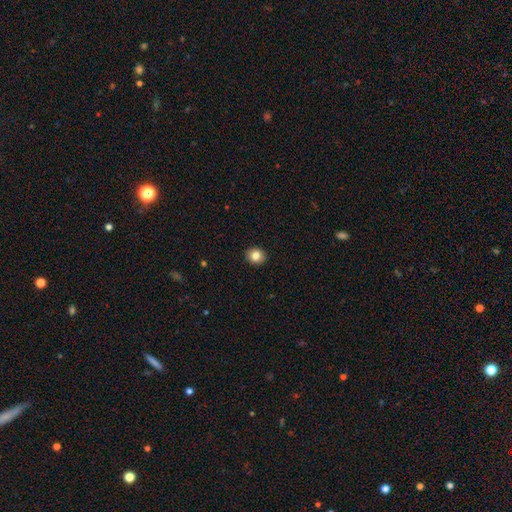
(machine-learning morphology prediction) Smooth or featured?
  - smooth: 82% *
  - star or artifact: 10%
  - featured or disk: 8%
How rounded?
  - round: 75% *
  - in between: 24%
  - cigar-shaped: 1%
Merging?
  - none: 92% *
  - minor disturbance: 6%
  - major disturbance: 1%
  - merger: 1%